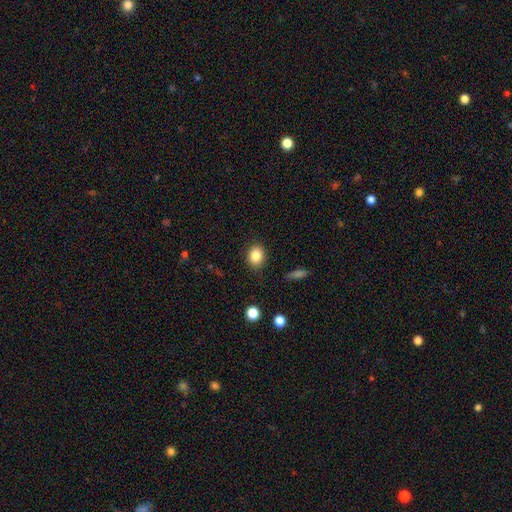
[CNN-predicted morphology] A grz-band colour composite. It shows a smooth galaxy with no disk features (84%) that is round (53%). Merging: none (87%).